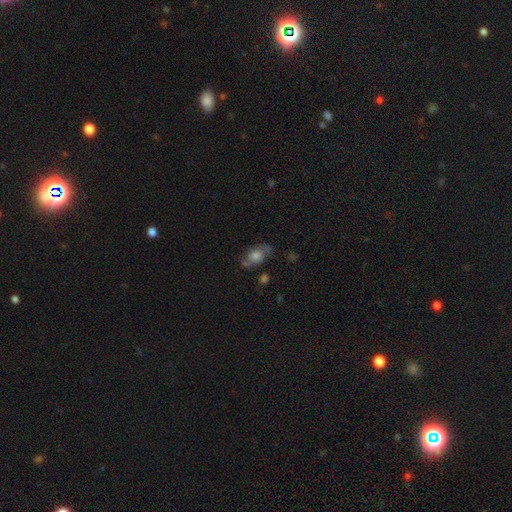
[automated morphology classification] Smooth or featured: smooth — 44% (featured or disk — 42%)
Merging: none — 65% (minor disturbance — 20%)